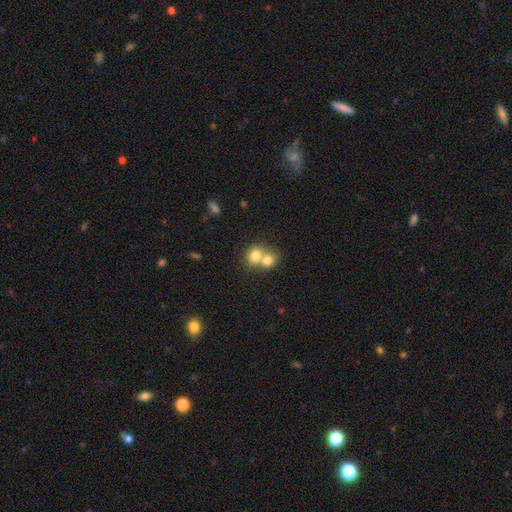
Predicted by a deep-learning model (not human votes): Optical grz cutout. It shows a smooth galaxy with no disk features (76%) that is round (72%). Merging: merger (67%).